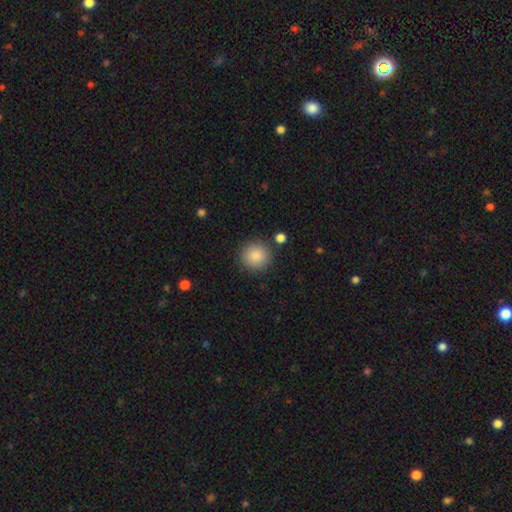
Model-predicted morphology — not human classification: Q: Smooth or featured?
A: smooth (88%); runner-up: star or artifact (8%)
Q: How rounded?
A: round (93%); runner-up: in between (6%)
Q: Merging?
A: none (87%); runner-up: minor disturbance (7%)